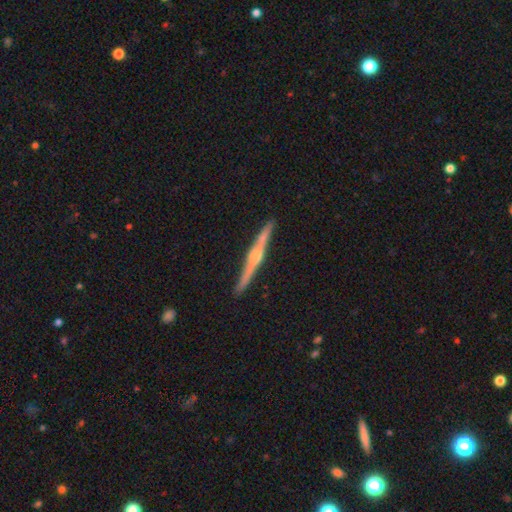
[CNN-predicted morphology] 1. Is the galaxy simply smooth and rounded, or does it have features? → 82% featured or disk, 13% smooth, 5% star or artifact.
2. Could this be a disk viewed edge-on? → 98% yes, 2% no.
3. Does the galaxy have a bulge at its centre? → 86% rounded, 8% boxy, 6% none.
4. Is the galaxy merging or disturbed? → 92% none, 6% minor disturbance, 1% major disturbance, 1% merger.